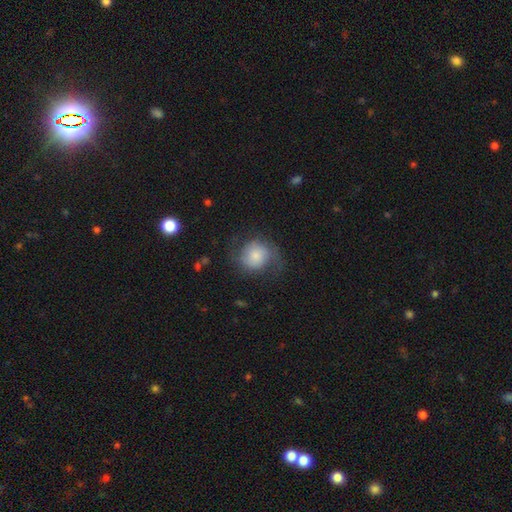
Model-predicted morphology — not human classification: This appears to be a smooth galaxy with no disk features (55%) that is round (82%). Merging: none (60%).